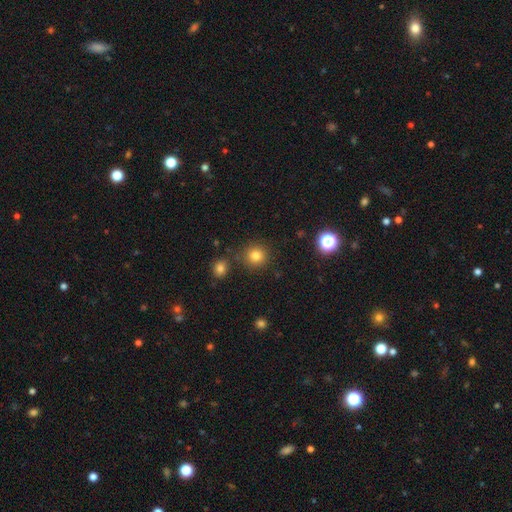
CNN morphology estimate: A smooth galaxy with no disk features (81%) that is round (93%).

Vote fractions:
- Smooth or featured? smooth: 81% / star or artifact: 13% / featured or disk: 6%
- How rounded? round: 93% / in between: 6% / cigar-shaped: 1%
- Merging? none: 85% / minor disturbance: 7% / merger: 5% / major disturbance: 3%